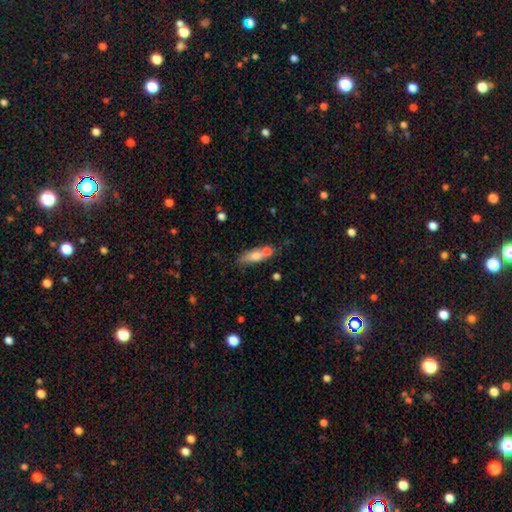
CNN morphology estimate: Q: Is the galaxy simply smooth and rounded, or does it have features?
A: smooth — 65%.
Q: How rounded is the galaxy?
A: cigar-shaped — 51%.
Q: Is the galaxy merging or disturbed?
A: none — 43%.